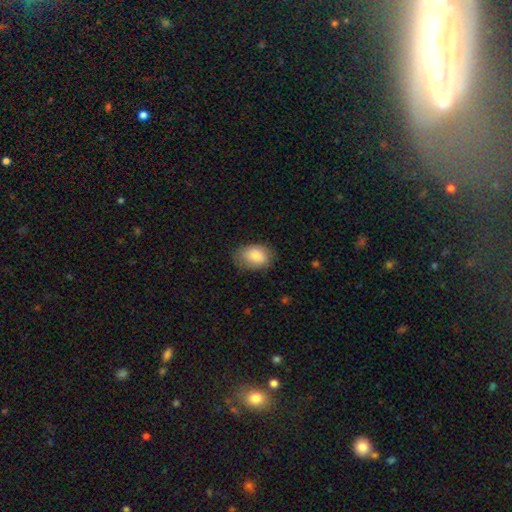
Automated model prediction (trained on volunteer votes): smooth 85%, featured or disk 9%, star or artifact 6%. Down the decision tree: how rounded — in between (83%); merging — none (74%).